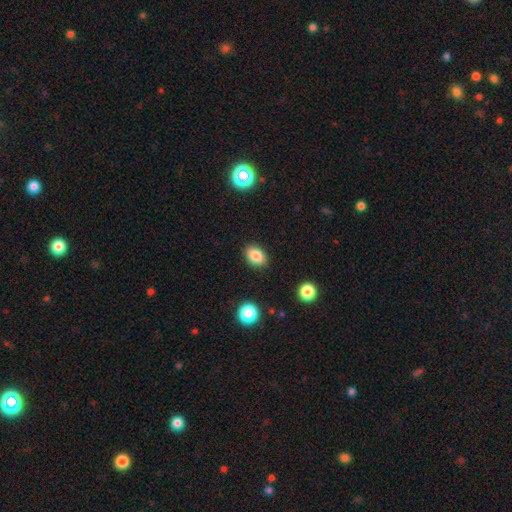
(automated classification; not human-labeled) Q: Smooth or featured?
A: smooth (84%); runner-up: star or artifact (10%)
Q: How rounded?
A: in between (79%); runner-up: round (20%)
Q: Merging?
A: none (87%); runner-up: minor disturbance (9%)